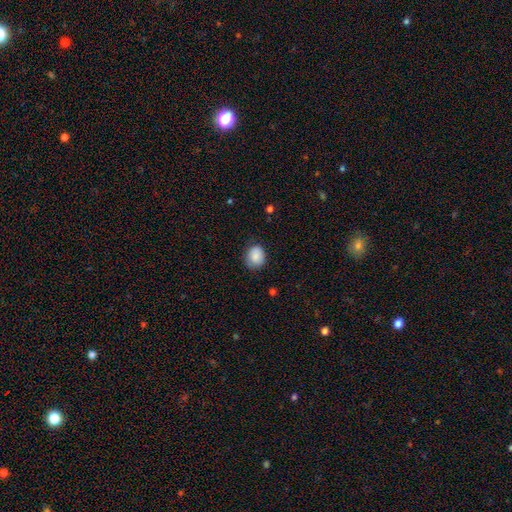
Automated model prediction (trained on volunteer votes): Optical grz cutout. It shows a smooth galaxy with no disk features (86%) that is round (59%). Merging: none (75%).